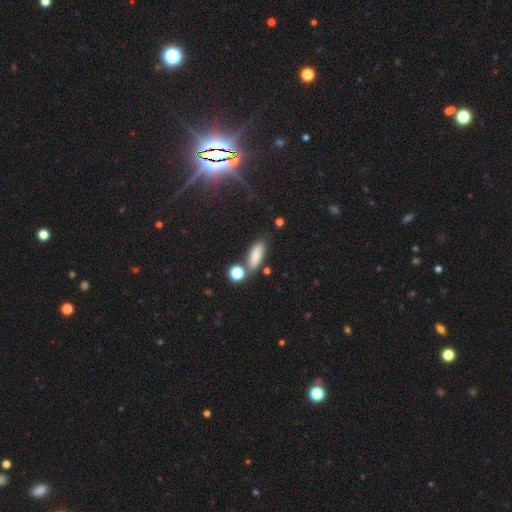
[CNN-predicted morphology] A smooth galaxy with no disk features (78%) that is in between round and cigar-shaped (67%). Merging: none (68%).